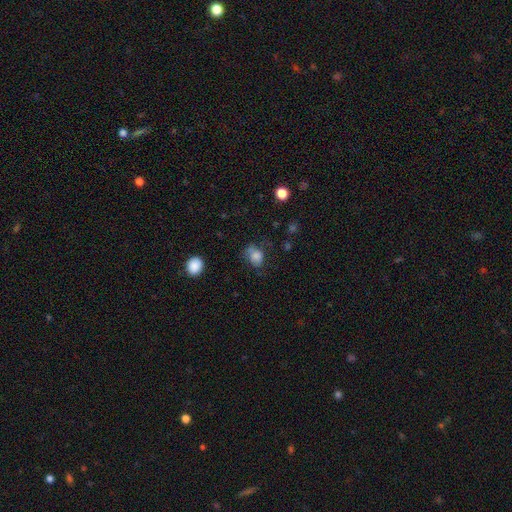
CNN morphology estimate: smooth 79%, star or artifact 11%, featured or disk 10%. Down the decision tree: how rounded — in between (56%); merging — none (51%).